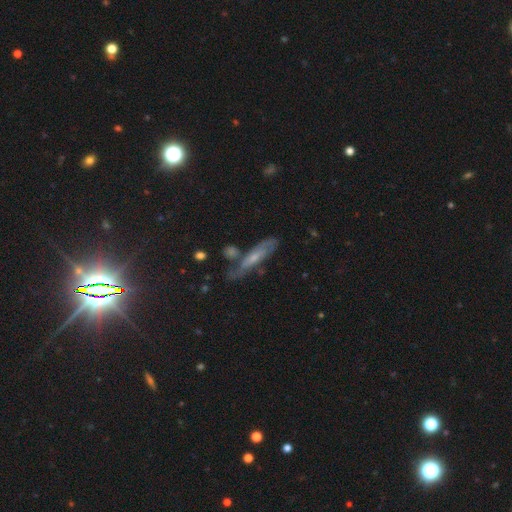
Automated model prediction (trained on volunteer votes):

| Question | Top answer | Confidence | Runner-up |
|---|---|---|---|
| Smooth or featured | featured or disk | 54% | smooth (32%) |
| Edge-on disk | yes | 52% | no (48%) |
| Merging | none | 55% | minor disturbance (24%) |